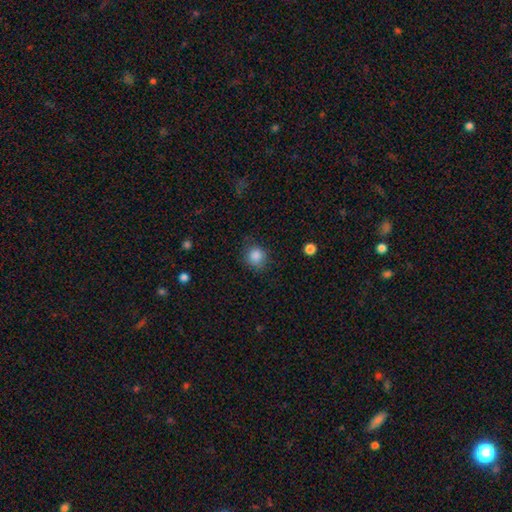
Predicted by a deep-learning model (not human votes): The model was most divided on "merging": none: 81%, minor disturbance: 13%, major disturbance: 4%, merger: 1%. More confident: how rounded — round (87%); smooth or featured — smooth (86%).